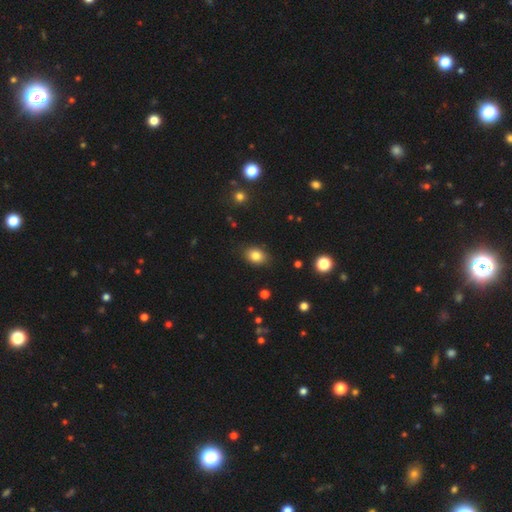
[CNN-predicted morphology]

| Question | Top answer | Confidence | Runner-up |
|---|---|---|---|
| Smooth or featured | smooth | 83% | star or artifact (10%) |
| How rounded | in between | 65% | round (34%) |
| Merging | none | 86% | minor disturbance (10%) |